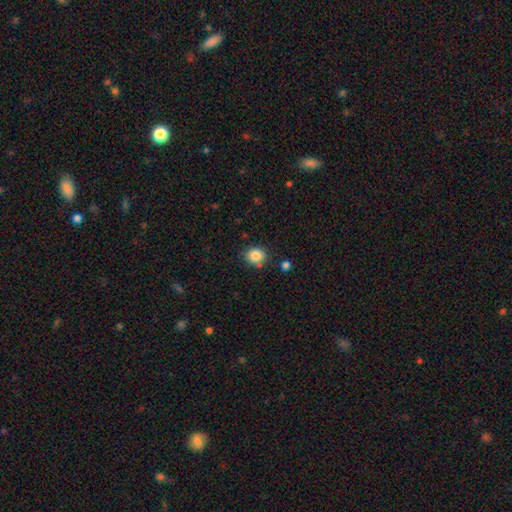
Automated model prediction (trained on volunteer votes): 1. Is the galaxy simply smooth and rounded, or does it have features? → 85% smooth, 10% star or artifact, 5% featured or disk.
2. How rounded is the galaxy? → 77% round, 22% in between, 1% cigar-shaped.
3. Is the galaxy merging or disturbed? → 81% none, 11% minor disturbance, 5% merger, 3% major disturbance.